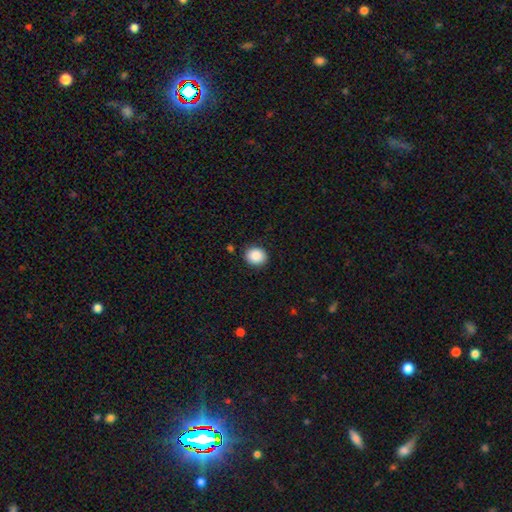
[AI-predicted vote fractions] This appears to be a smooth galaxy with no disk features (88%) that is round (74%). Merging: none (89%).